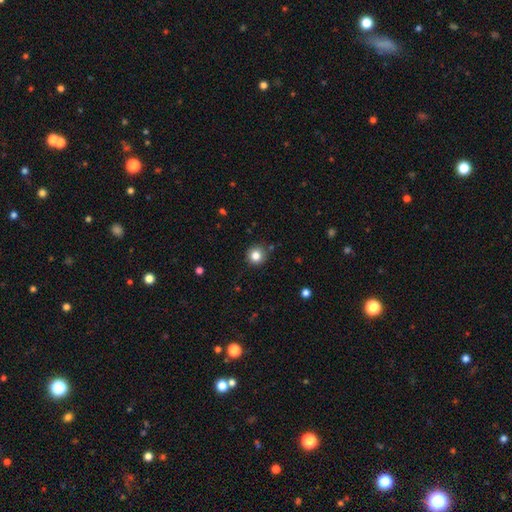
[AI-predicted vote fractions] smooth 82%, star or artifact 12%, featured or disk 6%. Down the decision tree: how rounded — round (93%); merging — none (86%).